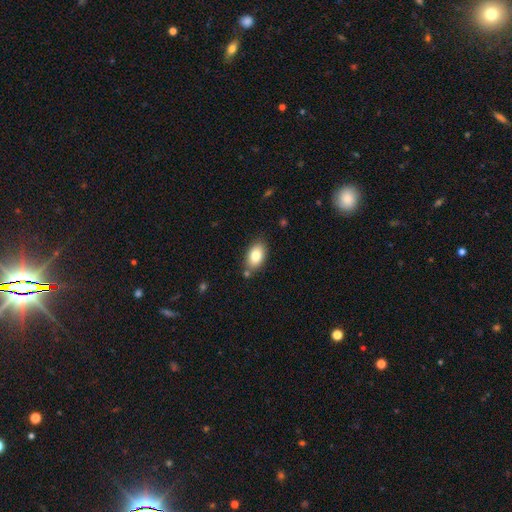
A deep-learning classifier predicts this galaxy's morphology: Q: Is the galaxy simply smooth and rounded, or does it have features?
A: smooth — 82%.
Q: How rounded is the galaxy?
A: in between — 91%.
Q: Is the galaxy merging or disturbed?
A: none — 78%.